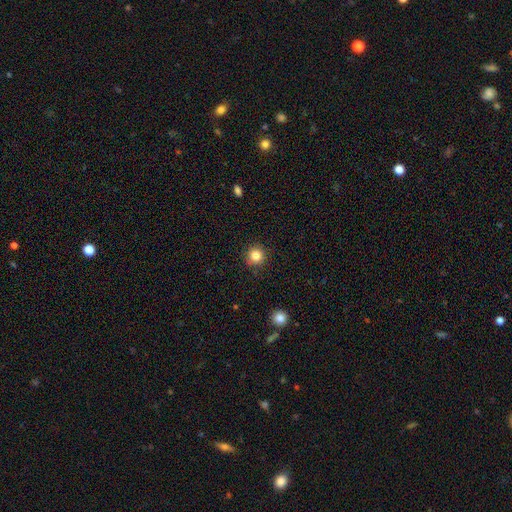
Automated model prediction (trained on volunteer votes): smooth_or_featured: smooth (p=0.83) [alt: star or artifact p=0.11]
how_rounded: round (p=0.94) [alt: in between p=0.05]
merging: none (p=0.90) [alt: minor disturbance p=0.07]